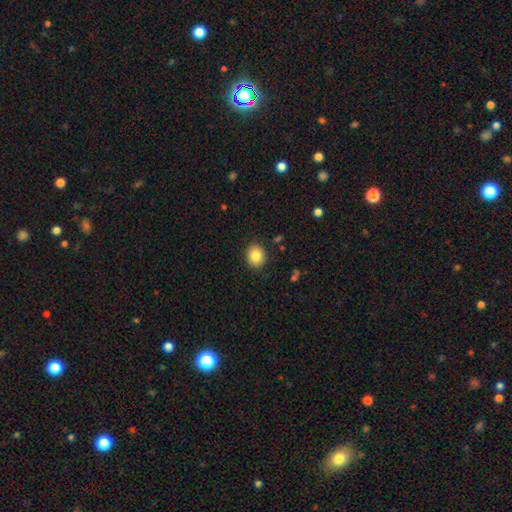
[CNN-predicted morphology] Smooth or featured?
  - smooth: 84% *
  - star or artifact: 9%
  - featured or disk: 7%
How rounded?
  - round: 69% *
  - in between: 31%
  - cigar-shaped: 1%
Merging?
  - none: 89% *
  - minor disturbance: 7%
  - major disturbance: 2%
  - merger: 1%